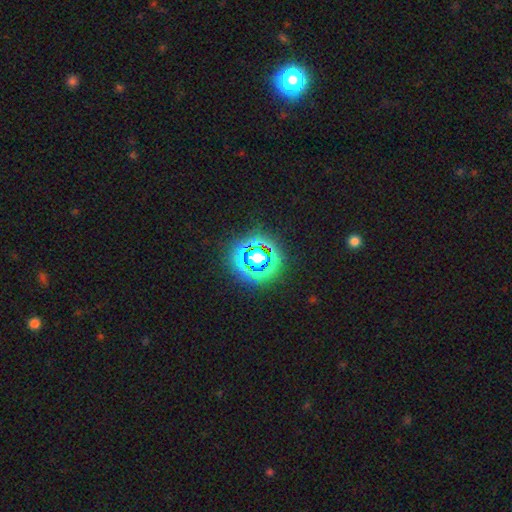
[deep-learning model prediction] Q: Smooth or featured?
A: star or artifact (63%); runner-up: smooth (24%)